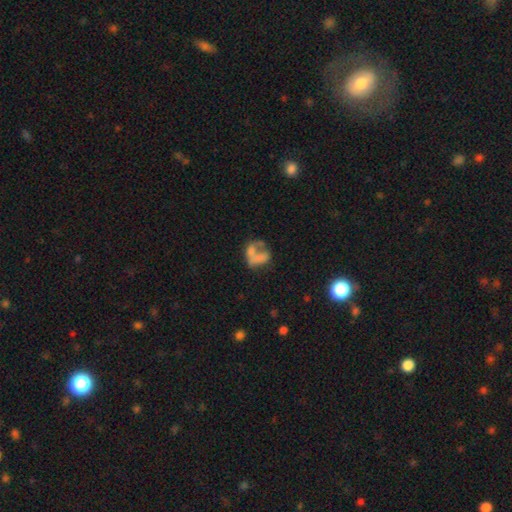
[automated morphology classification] smooth 52%, featured or disk 35%, star or artifact 12%. Down the decision tree: how rounded — in between (60%); merging — major disturbance (31%).